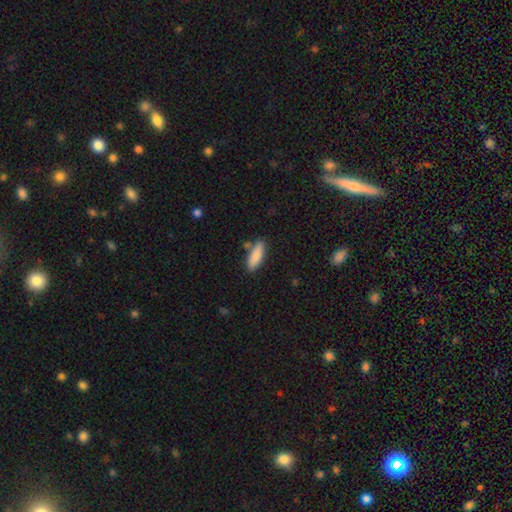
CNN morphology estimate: The model was most divided on "how rounded": in between: 56%, cigar-shaped: 42%, round: 2%. More confident: smooth or featured — smooth (86%); merging — none (78%).